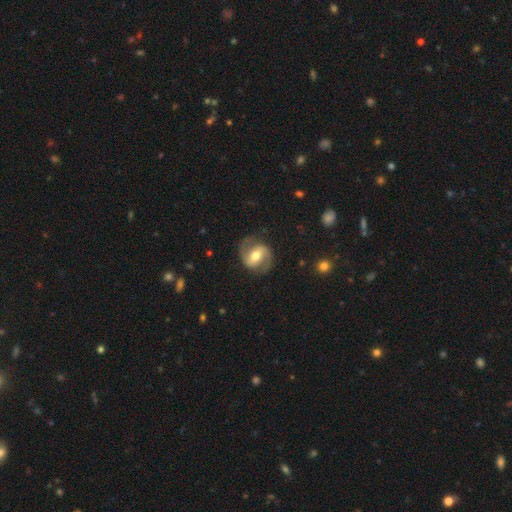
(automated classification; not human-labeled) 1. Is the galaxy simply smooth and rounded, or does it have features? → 79% featured or disk, 16% smooth, 6% star or artifact.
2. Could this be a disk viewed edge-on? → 97% no, 3% yes.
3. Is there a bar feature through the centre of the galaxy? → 40% strong, 39% weak, 21% no.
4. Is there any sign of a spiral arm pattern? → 91% yes, 9% no.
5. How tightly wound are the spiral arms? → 53% medium, 25% loose, 22% tight.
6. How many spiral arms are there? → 91% 2, 3% can't tell, 2% 1, 1% 3, 1% 4, 1% more than 4.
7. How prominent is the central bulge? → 72% moderate, 16% small, 10% large, 1% dominant, 1% none.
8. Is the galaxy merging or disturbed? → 79% none, 13% minor disturbance, 7% major disturbance, 1% merger.